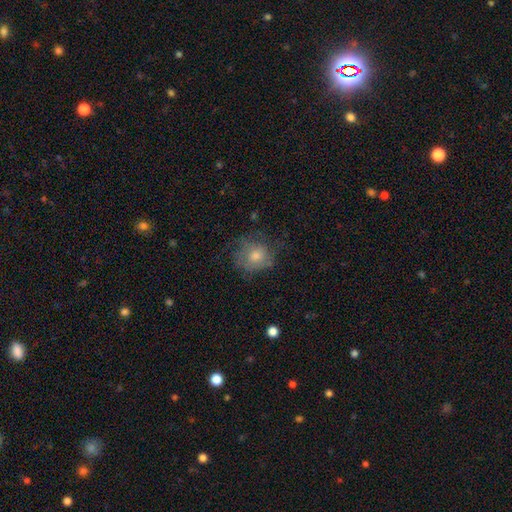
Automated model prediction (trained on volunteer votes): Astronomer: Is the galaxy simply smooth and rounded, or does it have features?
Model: smooth — 53% (runner-up: featured or disk, 35%).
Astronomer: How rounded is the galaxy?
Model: round — 75%.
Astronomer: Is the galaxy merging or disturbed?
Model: none — 62%.